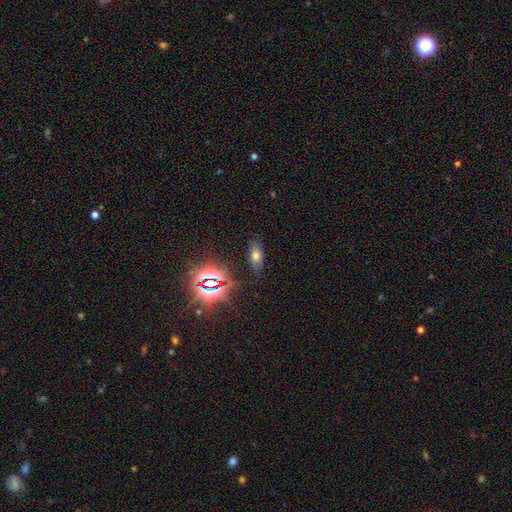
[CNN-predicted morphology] smooth-or-featured: smooth: 62% | star or artifact: 25% | featured or disk: 13%
  how-rounded: in between: 80% | cigar-shaped: 12% | round: 7%
  merging: none: 81% | minor disturbance: 13% | major disturbance: 4% | merger: 2%